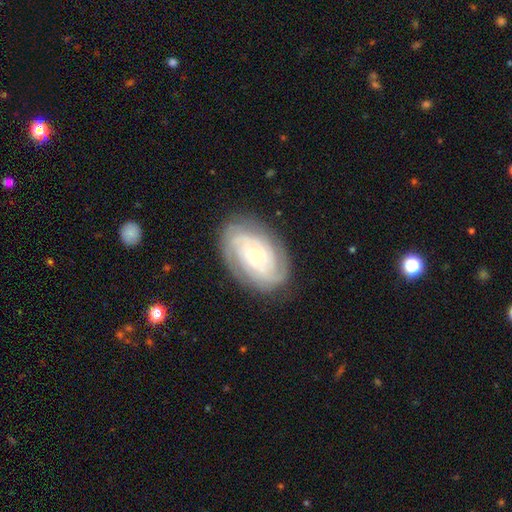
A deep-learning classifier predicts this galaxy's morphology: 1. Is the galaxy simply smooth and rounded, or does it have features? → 82% featured or disk, 12% smooth, 6% star or artifact.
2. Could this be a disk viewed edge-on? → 96% no, 4% yes.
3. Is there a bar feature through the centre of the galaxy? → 76% no, 18% weak, 6% strong.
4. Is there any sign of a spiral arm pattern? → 94% yes, 6% no.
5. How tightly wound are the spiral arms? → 73% tight, 22% medium, 5% loose.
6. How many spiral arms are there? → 32% can't tell, 23% 2, 22% 3, 11% 4, 6% more than 4, 5% 1.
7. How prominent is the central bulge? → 59% small, 37% moderate, 2% large, 1% dominant, 1% none.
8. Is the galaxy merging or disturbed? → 81% none, 14% minor disturbance, 4% major disturbance, 1% merger.